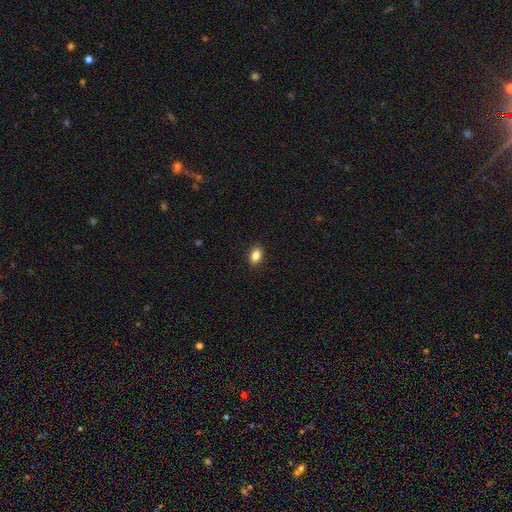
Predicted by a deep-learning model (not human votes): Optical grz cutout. It shows a smooth galaxy with no disk features (86%) that is in between round and cigar-shaped (84%). Merging: none (90%).